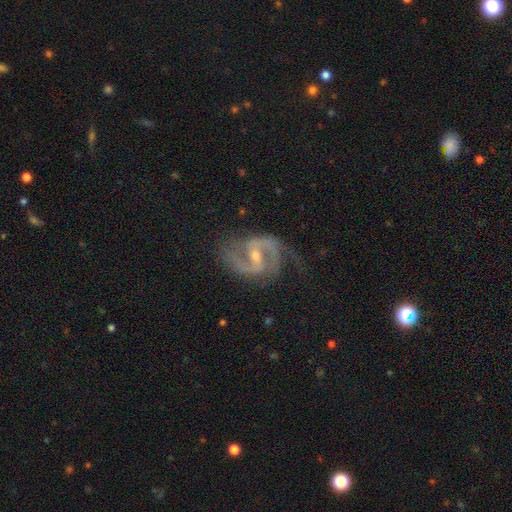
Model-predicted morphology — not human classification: This is clearly a featured or disk galaxy (92%). It is clearly not viewed edge-on (98%). Bar: possibly weak (46%). Spiral arm pattern: clearly yes (98%). Spiral arm count: clearly 2 (92%). Spiral winding: possibly medium (59%). Central bulge: possibly small (49%). Merging: likely none (69%).